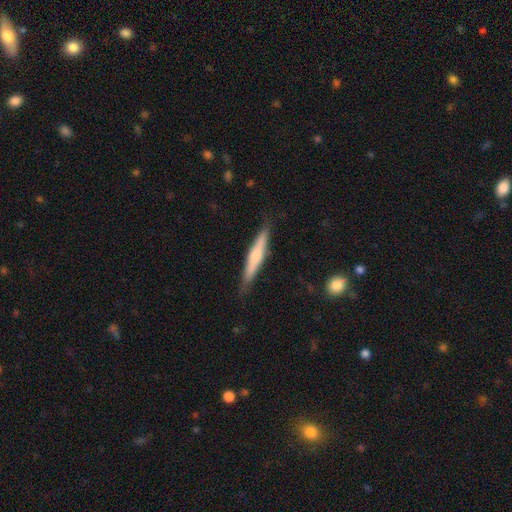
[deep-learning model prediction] Smooth or featured? Predicted: smooth (p=0.51). How rounded? Predicted: cigar-shaped (p=0.91). Merging? Predicted: none (p=0.84).